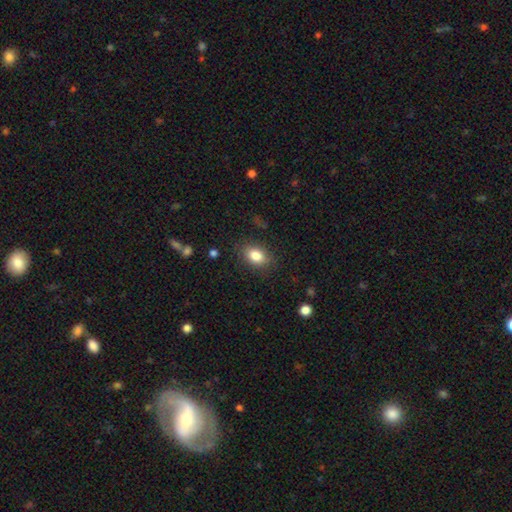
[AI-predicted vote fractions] A smooth galaxy with no disk features (83%) that is in between round and cigar-shaped (82%).

Vote fractions:
- Smooth or featured? smooth: 83% / featured or disk: 9% / star or artifact: 8%
- How rounded? in between: 82% / round: 17% / cigar-shaped: 2%
- Merging? none: 84% / minor disturbance: 12% / major disturbance: 3% / merger: 1%